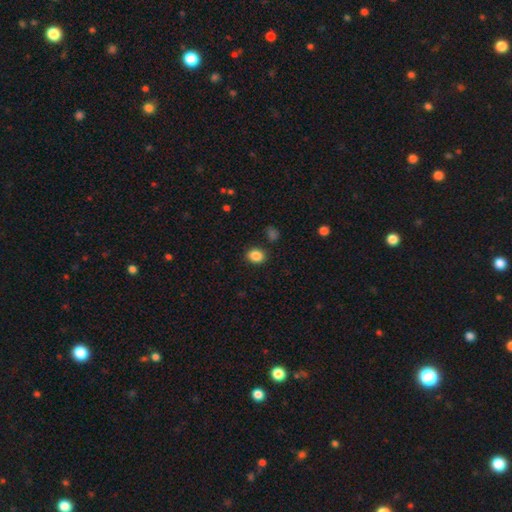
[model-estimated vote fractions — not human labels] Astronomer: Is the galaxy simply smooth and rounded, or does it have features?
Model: smooth — 86%.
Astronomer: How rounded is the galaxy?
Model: in between — 54% (runner-up: round, 45%).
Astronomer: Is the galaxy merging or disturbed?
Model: none — 86%.